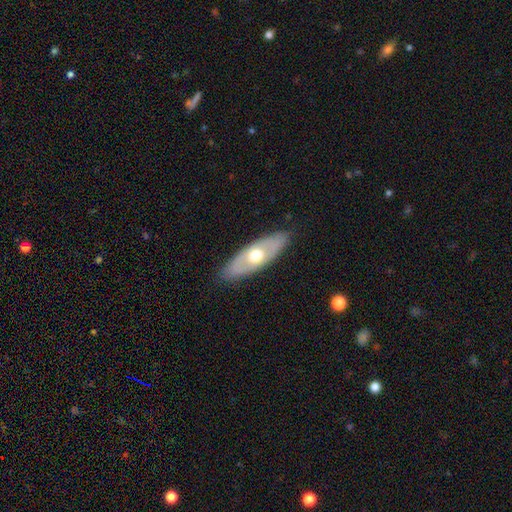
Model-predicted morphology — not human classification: Smooth or featured? Predicted: featured or disk (p=0.49). Merging? Predicted: none (p=0.85).